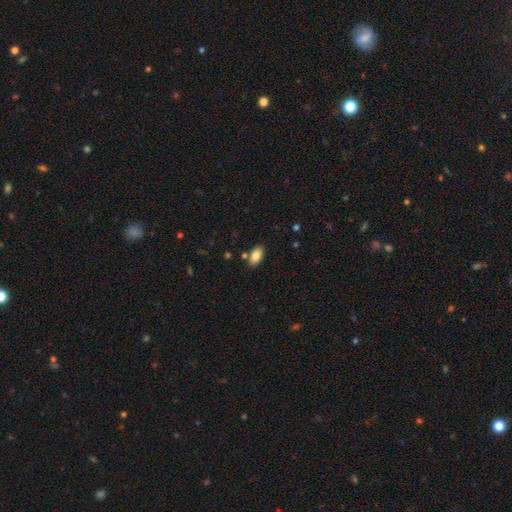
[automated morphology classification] This is clearly a smooth galaxy (84%). How rounded: clearly in between (93%). Merging: clearly none (81%).